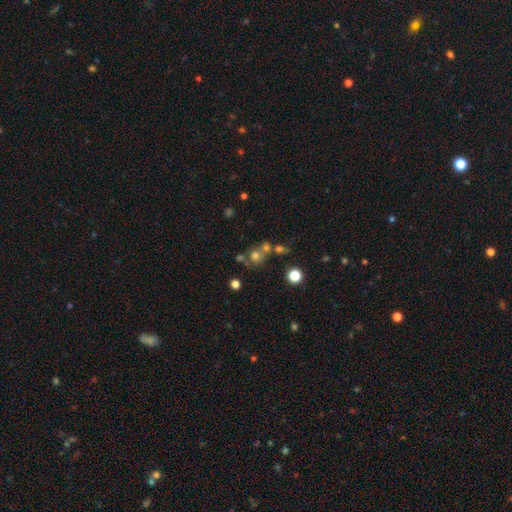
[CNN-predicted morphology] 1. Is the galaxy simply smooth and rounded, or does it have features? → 65% smooth, 21% star or artifact, 14% featured or disk.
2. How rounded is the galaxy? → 84% round, 15% in between, 1% cigar-shaped.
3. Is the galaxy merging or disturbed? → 48% none, 38% merger, 9% minor disturbance, 5% major disturbance.